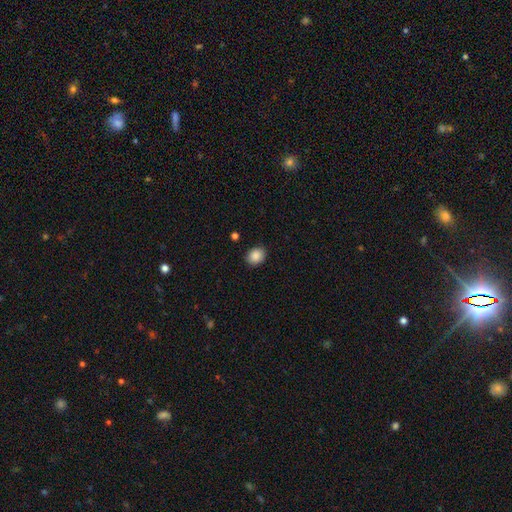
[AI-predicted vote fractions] The model was most divided on "how rounded": round: 55%, in between: 44%, cigar-shaped: 1%. More confident: smooth or featured — smooth (88%); merging — none (87%).